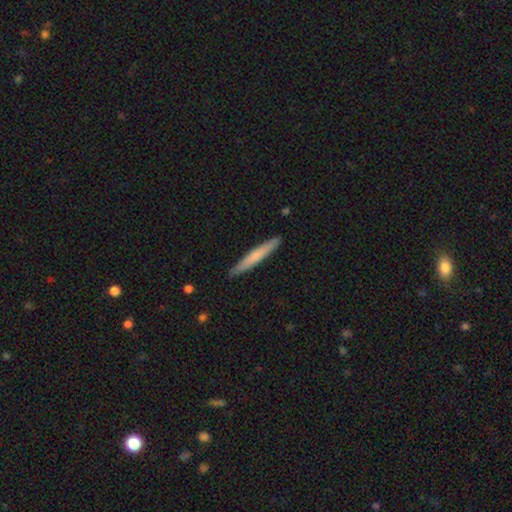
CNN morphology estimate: A smooth galaxy with no disk features (65%) that is cigar-shaped (96%).

Vote fractions:
- Smooth or featured? smooth: 65% / featured or disk: 30% / star or artifact: 5%
- How rounded? cigar-shaped: 96% / in between: 3% / round: 1%
- Merging? none: 90% / minor disturbance: 7% / major disturbance: 1% / merger: 1%